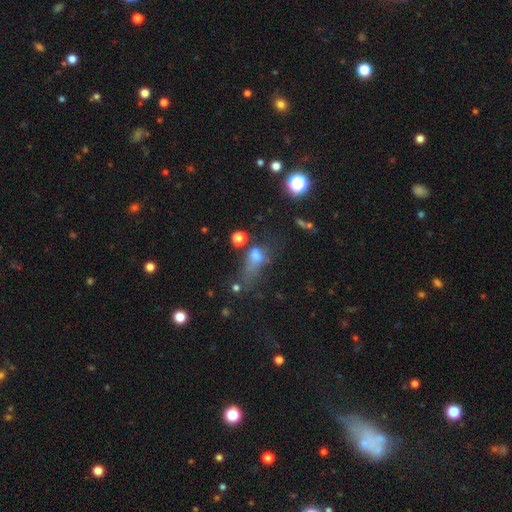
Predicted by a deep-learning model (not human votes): This appears to be a smooth galaxy with no disk features (56%) that is in between round and cigar-shaped (62%). Merging: major disturbance (43%).